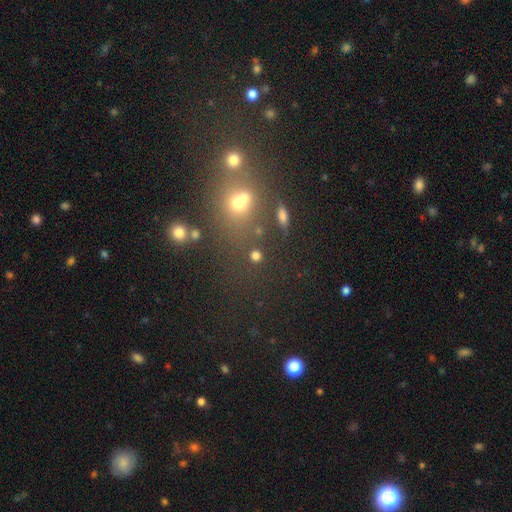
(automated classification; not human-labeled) Morphology: type=smooth (77%); roundness=round (86%); merging=none (78%).